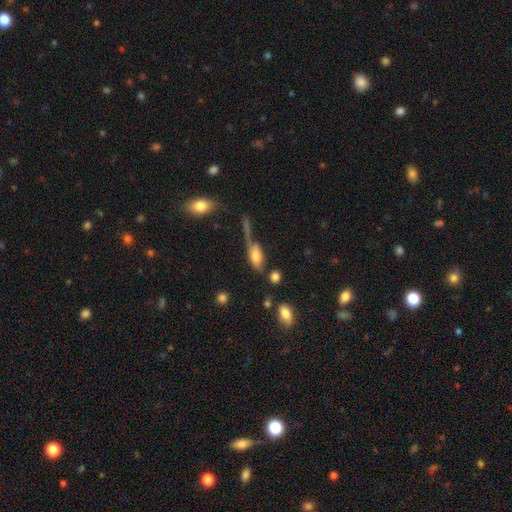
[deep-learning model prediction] Smooth or featured? smooth (68%)
How rounded? in between (81%)
Merging? none (34%)